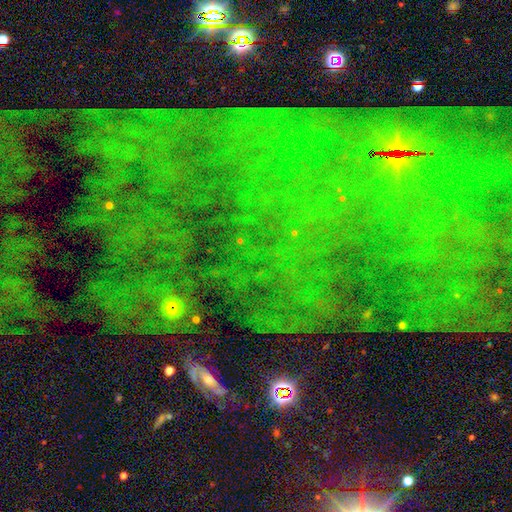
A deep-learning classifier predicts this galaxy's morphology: Smooth or featured?
  - star or artifact: 78% *
  - featured or disk: 12%
  - smooth: 10%